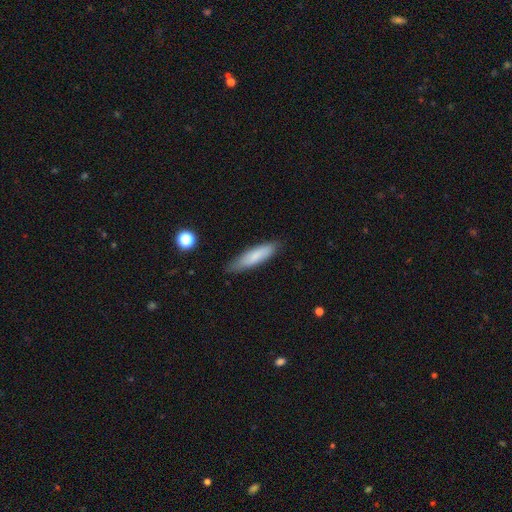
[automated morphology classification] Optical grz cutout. It shows a smooth galaxy with no disk features (78%) that is cigar-shaped (73%). Merging: none (82%).